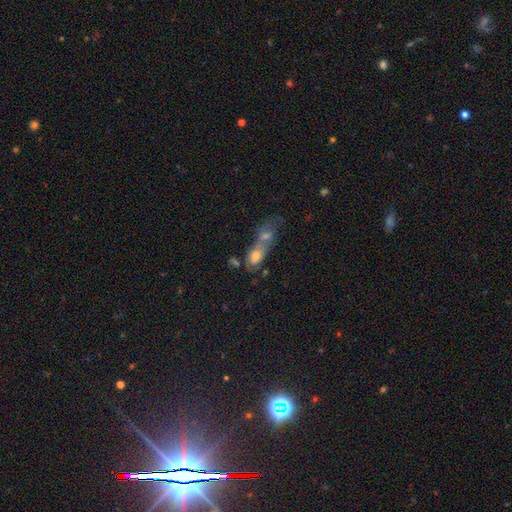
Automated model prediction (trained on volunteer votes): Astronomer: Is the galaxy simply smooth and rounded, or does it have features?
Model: smooth — 57%.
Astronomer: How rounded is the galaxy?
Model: in between — 65%.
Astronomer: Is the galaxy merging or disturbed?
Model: merger — 73%.